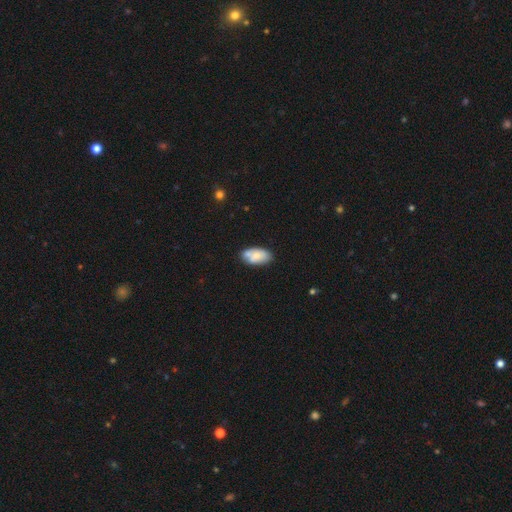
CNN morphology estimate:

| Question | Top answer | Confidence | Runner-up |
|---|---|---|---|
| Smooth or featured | smooth | 68% | featured or disk (25%) |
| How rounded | in between | 93% | round (4%) |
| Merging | none | 60% | minor disturbance (20%) |